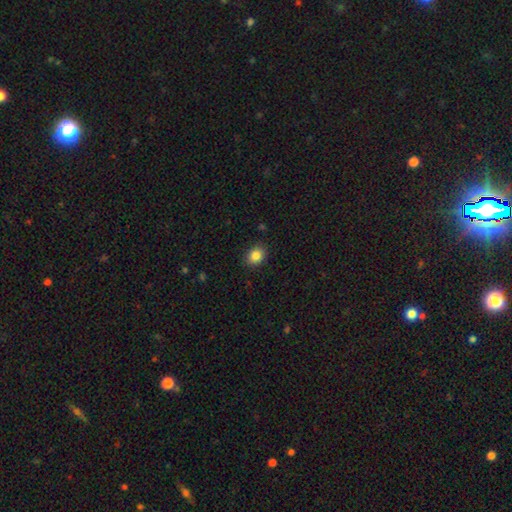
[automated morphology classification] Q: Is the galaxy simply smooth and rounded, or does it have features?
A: smooth — 85%.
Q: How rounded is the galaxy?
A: in between — 54%.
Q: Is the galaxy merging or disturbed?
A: none — 87%.